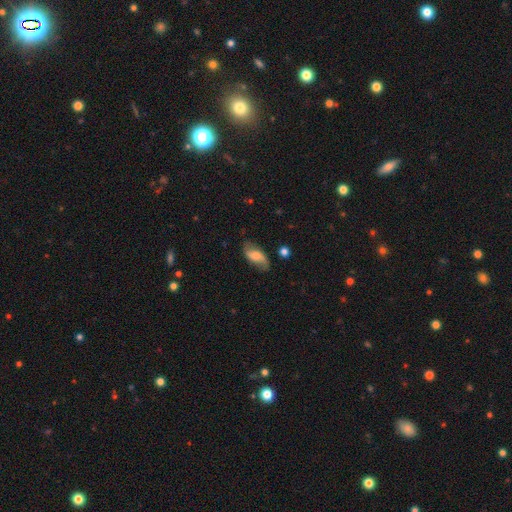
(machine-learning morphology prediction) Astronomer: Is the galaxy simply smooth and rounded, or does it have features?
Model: featured or disk — 47% (runner-up: smooth, 45%).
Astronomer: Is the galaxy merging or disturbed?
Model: none — 74%.